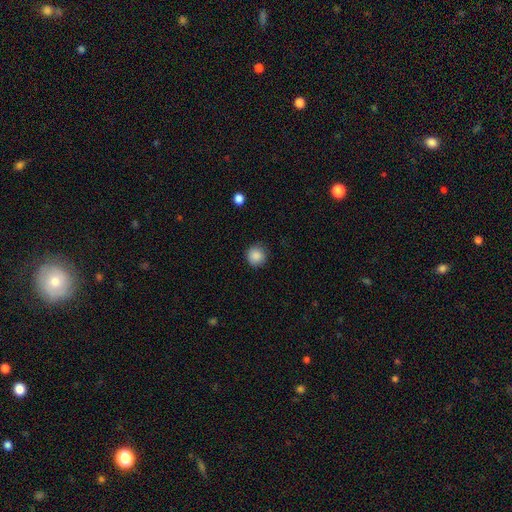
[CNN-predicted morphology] Smooth or featured? smooth (88%)
How rounded? round (94%)
Merging? none (88%)